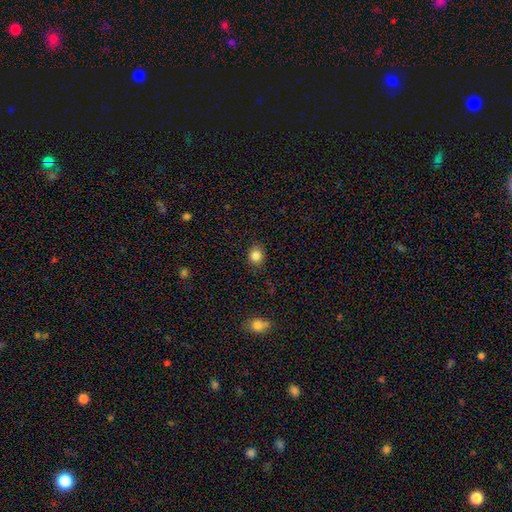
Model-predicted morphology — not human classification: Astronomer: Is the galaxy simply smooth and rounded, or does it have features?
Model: smooth — 85%.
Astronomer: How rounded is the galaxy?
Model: round — 72%.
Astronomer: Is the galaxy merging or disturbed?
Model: none — 85%.